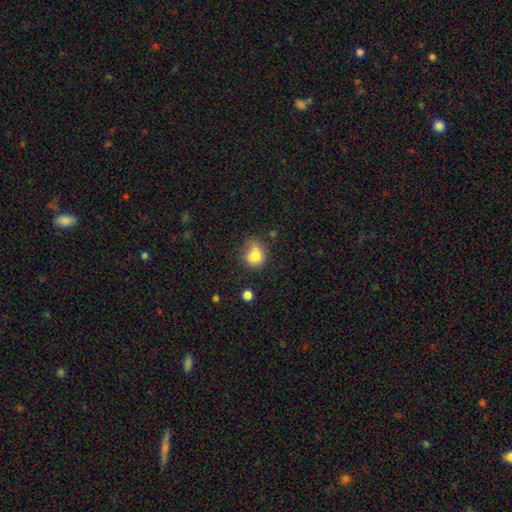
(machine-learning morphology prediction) Q: Smooth or featured?
A: smooth (73%); runner-up: featured or disk (16%)
Q: How rounded?
A: round (59%); runner-up: in between (40%)
Q: Merging?
A: none (36%); runner-up: merger (30%)